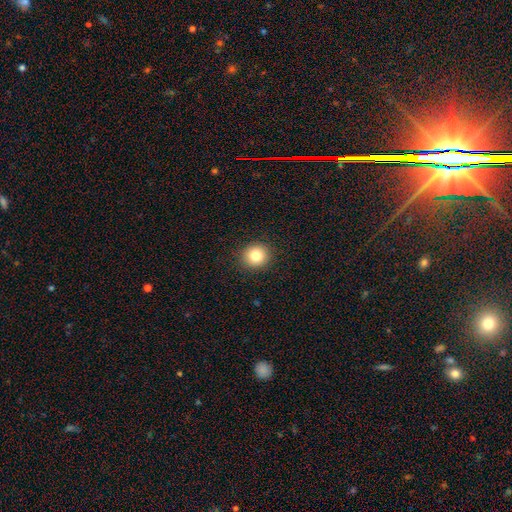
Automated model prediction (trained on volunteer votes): A smooth galaxy with no disk features (82%) that is round (89%). Merging: none (91%).